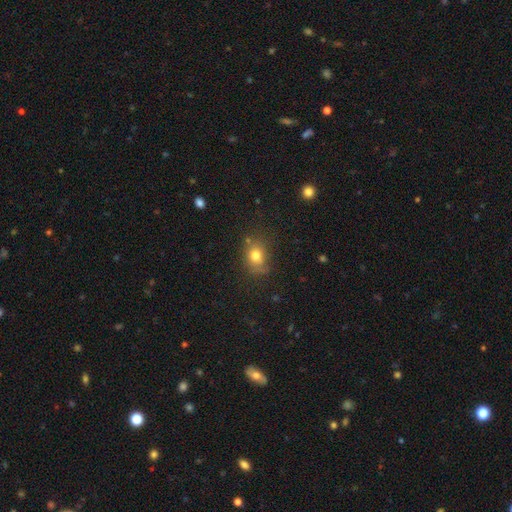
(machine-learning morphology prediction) Overall: smooth (77%). How rounded: round (56%; in between 42%). Merging: none (66%).